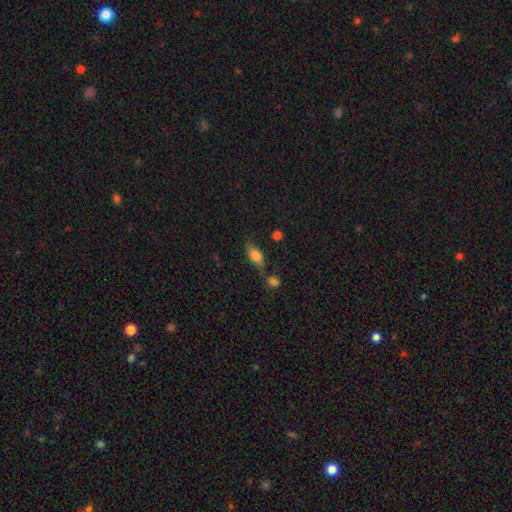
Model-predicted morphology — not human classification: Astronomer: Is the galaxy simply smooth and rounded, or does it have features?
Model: smooth — 72%.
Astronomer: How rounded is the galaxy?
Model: in between — 81%.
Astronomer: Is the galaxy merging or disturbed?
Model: none — 60%.